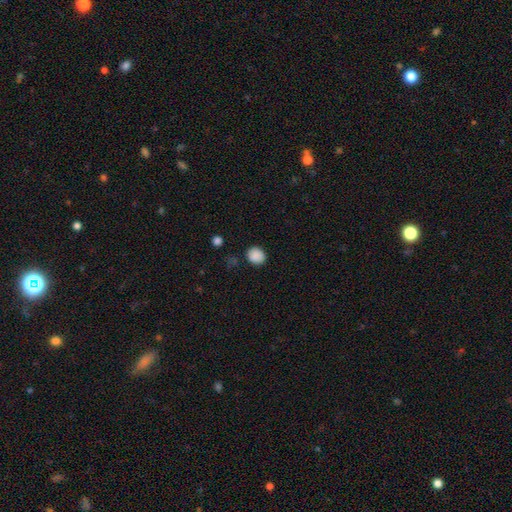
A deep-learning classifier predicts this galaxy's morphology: Q: Smooth or featured?
A: smooth (87%); runner-up: star or artifact (10%)
Q: How rounded?
A: round (70%); runner-up: in between (29%)
Q: Merging?
A: none (83%); runner-up: minor disturbance (12%)